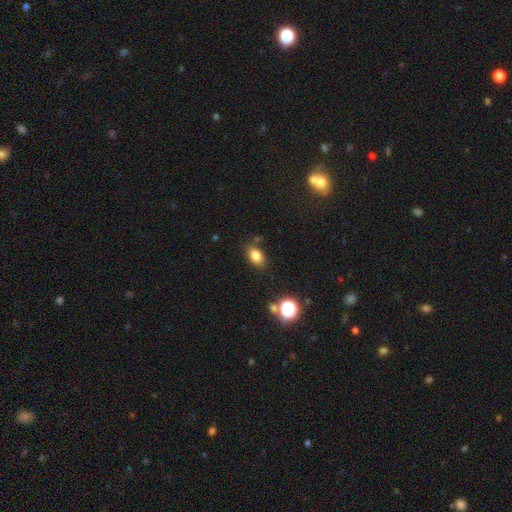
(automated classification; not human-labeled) Q: Smooth or featured?
A: smooth (81%); runner-up: star or artifact (12%)
Q: How rounded?
A: in between (84%); runner-up: round (14%)
Q: Merging?
A: none (79%); runner-up: minor disturbance (13%)